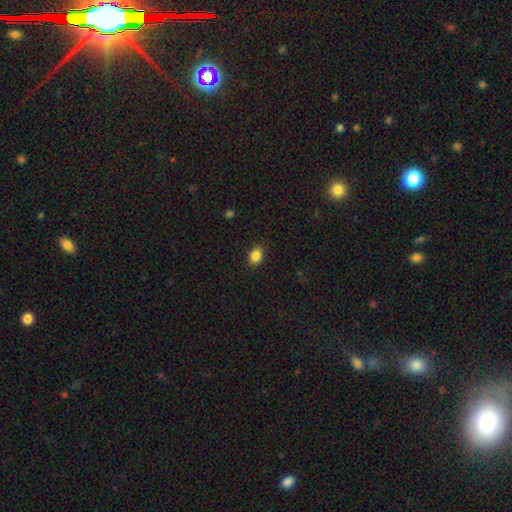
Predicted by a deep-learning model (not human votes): Smooth or featured?
  - smooth: 87% *
  - star or artifact: 9%
  - featured or disk: 4%
How rounded?
  - in between: 74% *
  - round: 25%
  - cigar-shaped: 1%
Merging?
  - none: 88% *
  - minor disturbance: 9%
  - major disturbance: 2%
  - merger: 1%